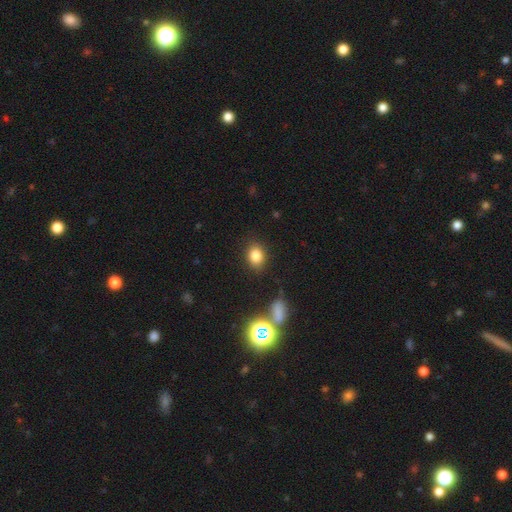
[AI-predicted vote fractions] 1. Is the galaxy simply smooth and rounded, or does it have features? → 82% smooth, 12% star or artifact, 7% featured or disk.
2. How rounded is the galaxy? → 58% in between, 41% round, 1% cigar-shaped.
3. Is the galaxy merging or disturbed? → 83% none, 11% minor disturbance, 3% major disturbance, 3% merger.